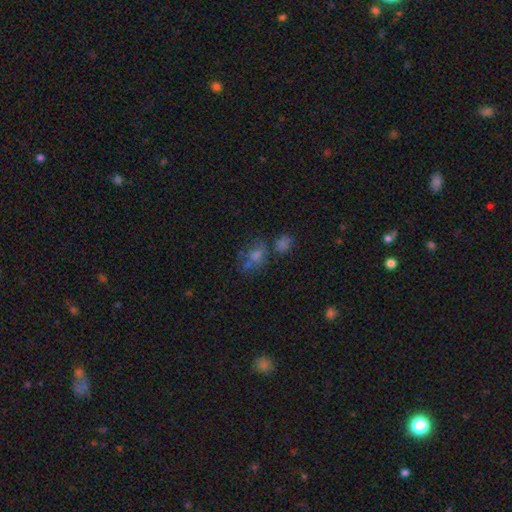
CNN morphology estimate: Smooth or featured?
  - smooth: 44% *
  - star or artifact: 33%
  - featured or disk: 22%
Merging?
  - none: 50% *
  - merger: 22%
  - minor disturbance: 17%
  - major disturbance: 11%